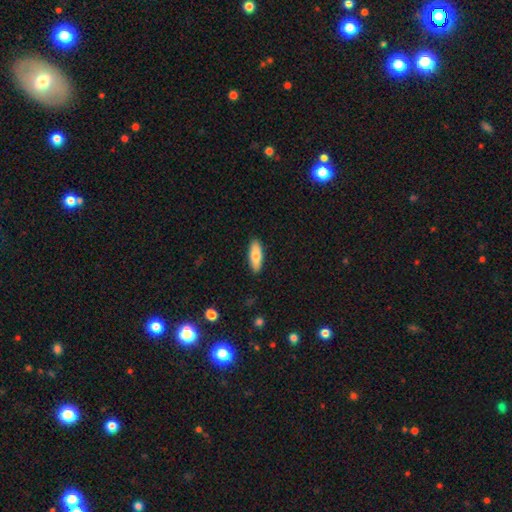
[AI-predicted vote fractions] smooth-or-featured: smooth: 77% | featured or disk: 17% | star or artifact: 6%
  how-rounded: in between: 65% | cigar-shaped: 33% | round: 2%
  merging: none: 90% | minor disturbance: 8% | major disturbance: 2% | merger: 1%